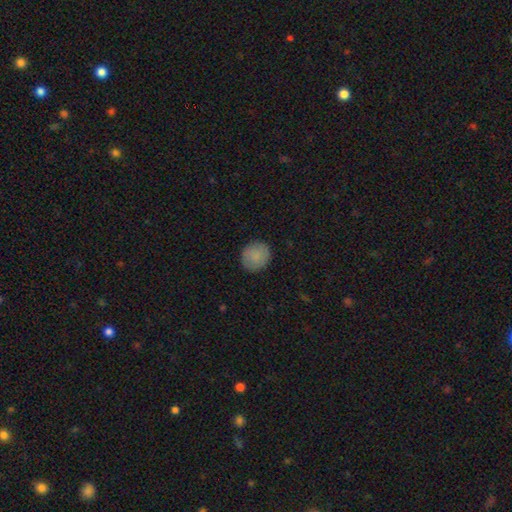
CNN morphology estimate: Overall: smooth (86%). How rounded: round (87%). Merging: none (88%).